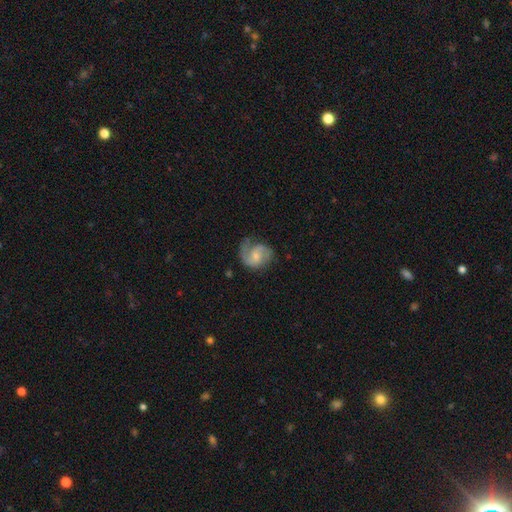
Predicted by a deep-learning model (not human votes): Morphology: type=featured or disk (76%); edge-on=no (98%); bar=no (52%); spiral arms=yes (94%); winding=medium (49%); arm count=2 (75%); bulge=small (53%); merging=none (61%).